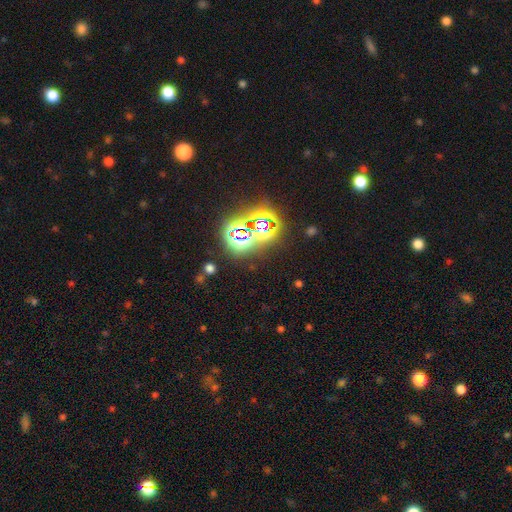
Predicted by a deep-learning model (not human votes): Overall: star or artifact (74%).